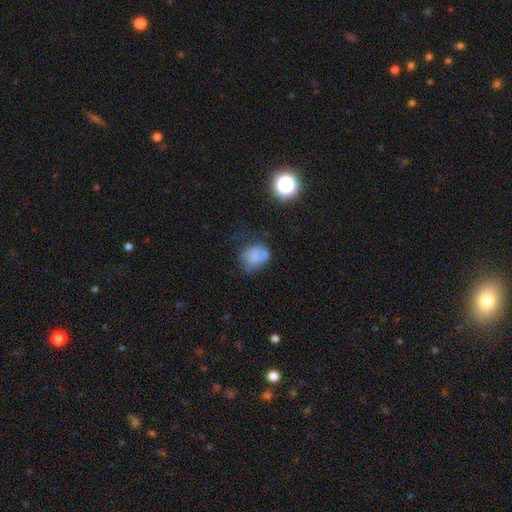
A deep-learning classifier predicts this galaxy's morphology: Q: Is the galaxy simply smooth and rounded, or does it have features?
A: smooth — 63%.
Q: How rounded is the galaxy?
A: round — 54%.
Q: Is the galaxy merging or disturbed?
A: none — 42%.